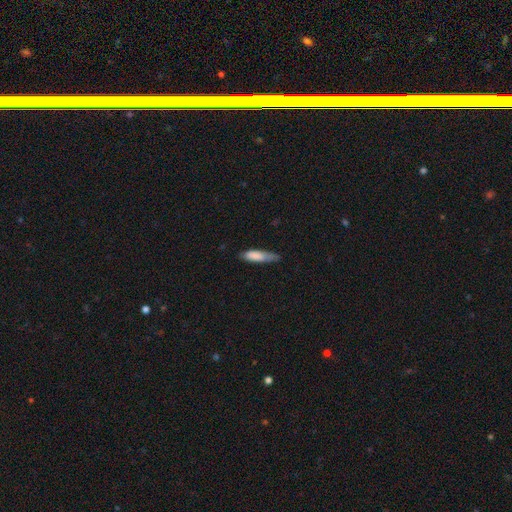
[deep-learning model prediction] Smooth or featured? smooth (81%)
How rounded? cigar-shaped (67%)
Merging? none (54%)